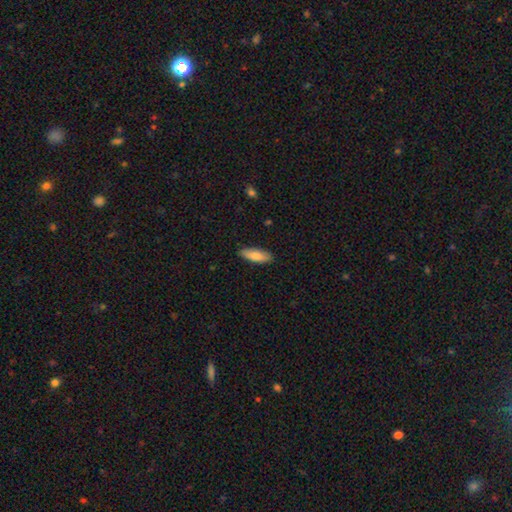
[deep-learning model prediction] Q: Smooth or featured?
A: smooth (81%); runner-up: featured or disk (13%)
Q: How rounded?
A: in between (62%); runner-up: cigar-shaped (36%)
Q: Merging?
A: none (87%); runner-up: minor disturbance (10%)